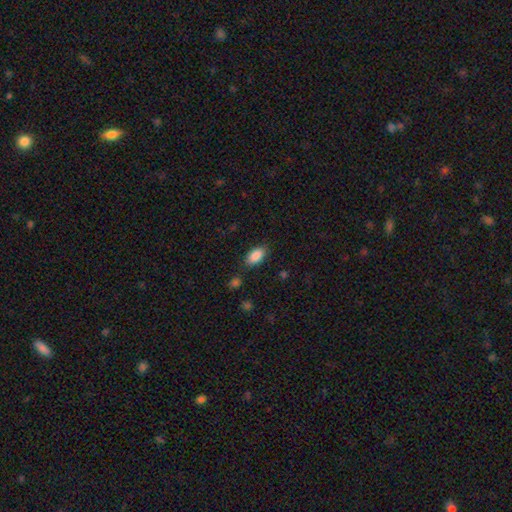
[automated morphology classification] Smooth or featured?
  - smooth: 88% *
  - star or artifact: 7%
  - featured or disk: 4%
How rounded?
  - in between: 92% *
  - cigar-shaped: 4%
  - round: 4%
Merging?
  - none: 83% *
  - minor disturbance: 12%
  - major disturbance: 3%
  - merger: 3%